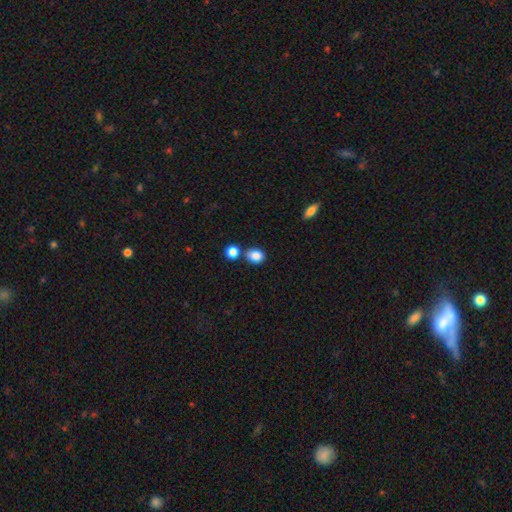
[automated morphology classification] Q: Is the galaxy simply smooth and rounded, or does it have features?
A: smooth — 85%.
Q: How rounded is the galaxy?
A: in between — 56%.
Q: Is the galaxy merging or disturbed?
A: none — 67%.